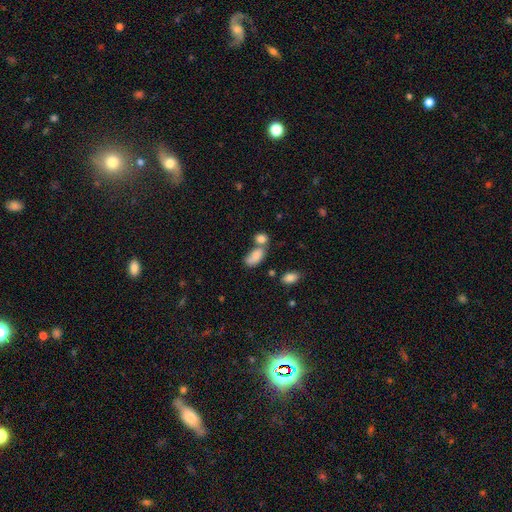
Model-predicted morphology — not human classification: Smooth or featured? Predicted: smooth (p=0.80). How rounded? Predicted: in between (p=0.88). Merging? Predicted: merger (p=0.42).